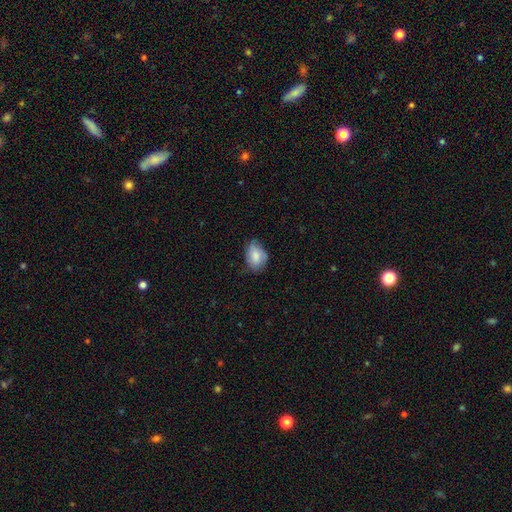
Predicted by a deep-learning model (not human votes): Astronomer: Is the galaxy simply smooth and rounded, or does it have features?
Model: smooth — 76%.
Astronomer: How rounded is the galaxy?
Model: in between — 76%.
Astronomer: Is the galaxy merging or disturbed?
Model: none — 58%.